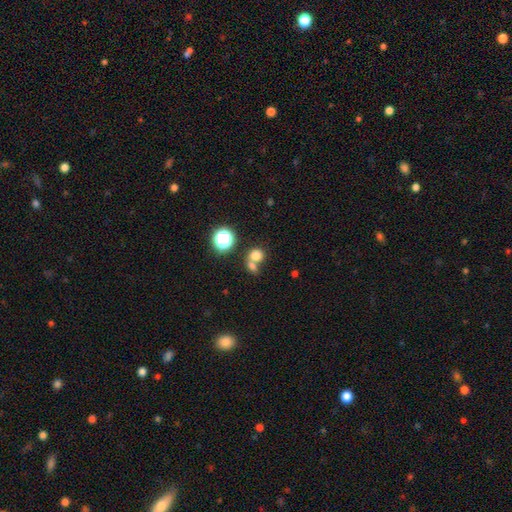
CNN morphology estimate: Smooth or featured? smooth (74%)
How rounded? round (77%)
Merging? merger (47%)